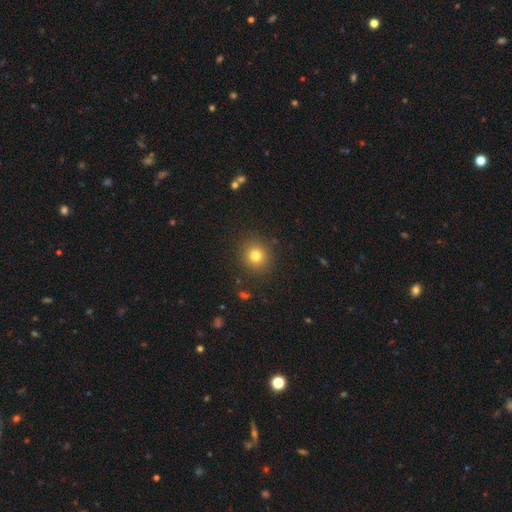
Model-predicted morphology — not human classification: This is likely a smooth galaxy (79%). How rounded: clearly round (89%). Merging: clearly none (89%).